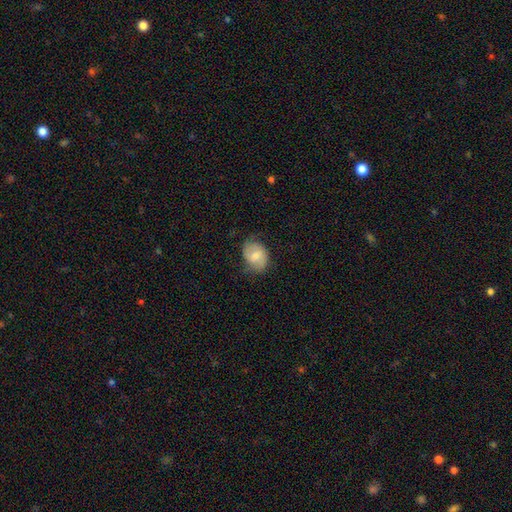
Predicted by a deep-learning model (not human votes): Smooth or featured? smooth (64%)
How rounded? in between (65%)
Merging? none (65%)